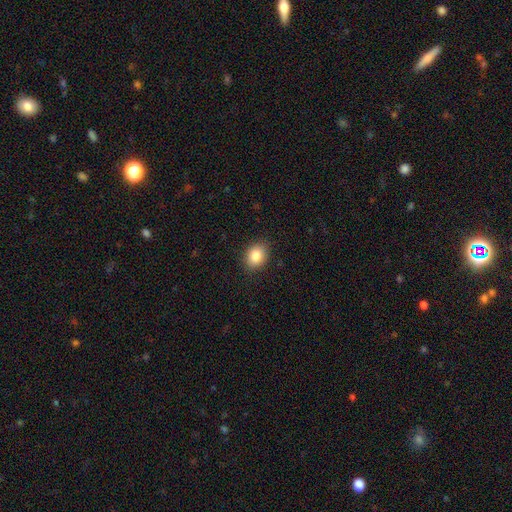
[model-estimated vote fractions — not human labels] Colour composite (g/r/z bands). It shows a smooth galaxy with no disk features (85%) that is in between round and cigar-shaped (60%). Merging: none (87%).